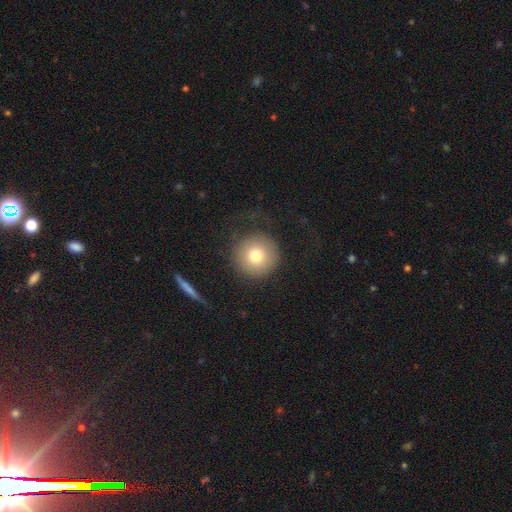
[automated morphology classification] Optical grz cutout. It shows a smooth galaxy with no disk features (75%) that is round (96%). Merging: none (74%).